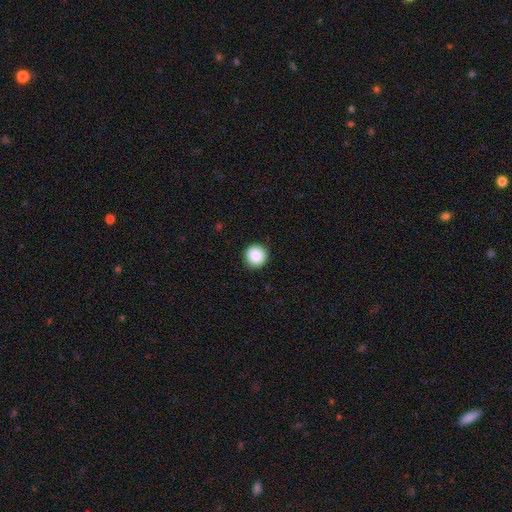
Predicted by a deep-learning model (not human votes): smooth_or_featured: smooth (p=0.88) [alt: star or artifact p=0.08]
how_rounded: round (p=0.94) [alt: in between p=0.05]
merging: none (p=0.92) [alt: minor disturbance p=0.05]